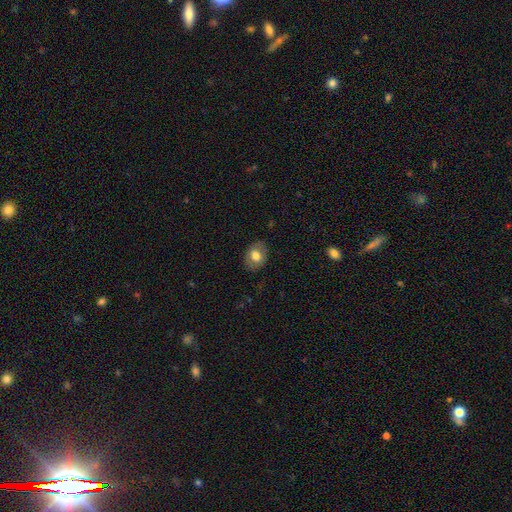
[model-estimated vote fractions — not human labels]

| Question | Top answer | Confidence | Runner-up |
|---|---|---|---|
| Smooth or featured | smooth | 72% | featured or disk (20%) |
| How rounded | in between | 66% | round (33%) |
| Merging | none | 83% | minor disturbance (12%) |